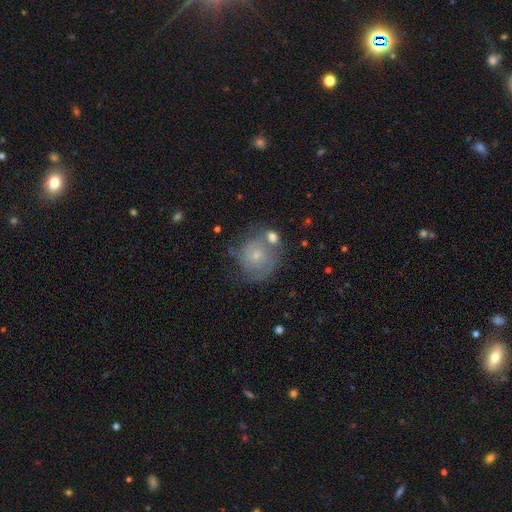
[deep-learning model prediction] Smooth or featured?
  - featured or disk: 68% *
  - smooth: 24%
  - star or artifact: 8%
Edge-on disk?
  - no: 98% *
  - yes: 2%
Bar?
  - no: 76% *
  - weak: 21%
  - strong: 3%
Spiral arms?
  - yes: 87% *
  - no: 13%
Spiral winding?
  - tight: 61% *
  - medium: 30%
  - loose: 9%
Spiral arm count?
  - can't tell: 37% *
  - 2: 28%
  - 3: 18%
  - 1: 6%
  - 4: 6%
  - more than 4: 4%
Bulge size?
  - small: 73% *
  - moderate: 22%
  - none: 3%
  - large: 1%
  - dominant: 1%
Merging?
  - none: 53% *
  - minor disturbance: 20%
  - merger: 15%
  - major disturbance: 11%